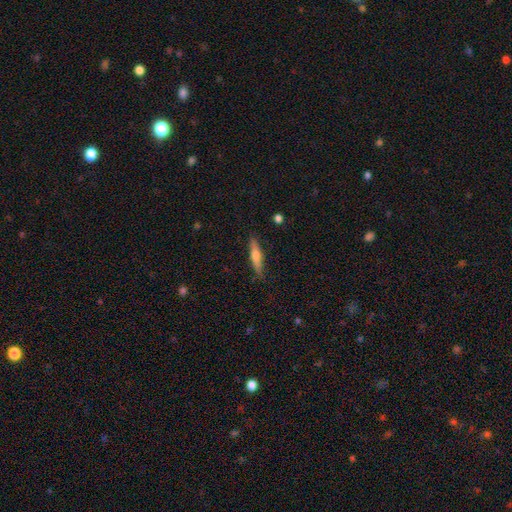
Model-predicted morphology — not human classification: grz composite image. It shows a smooth galaxy with no disk features (55%) that is cigar-shaped (85%). Merging: none (87%).